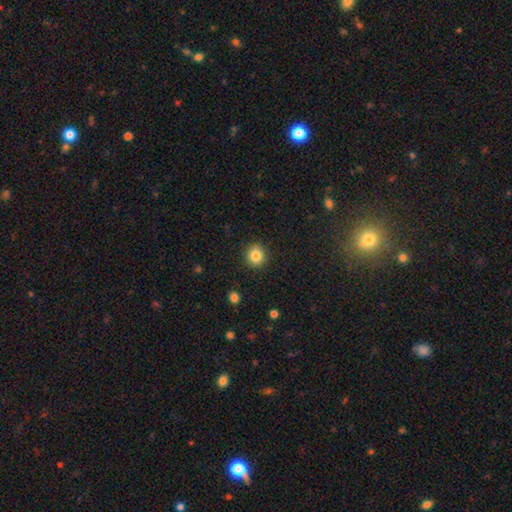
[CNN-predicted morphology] A smooth galaxy with no disk features (85%) that is round (85%). Merging: none (90%).